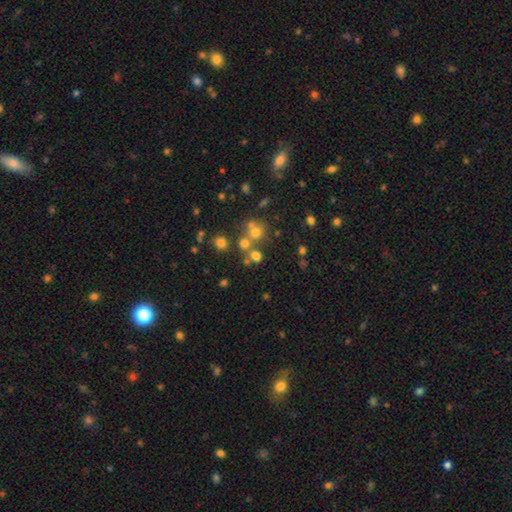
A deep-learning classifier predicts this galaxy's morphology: Overall: smooth (64%). How rounded: round (84%). Merging: none (61%; merger 27%).